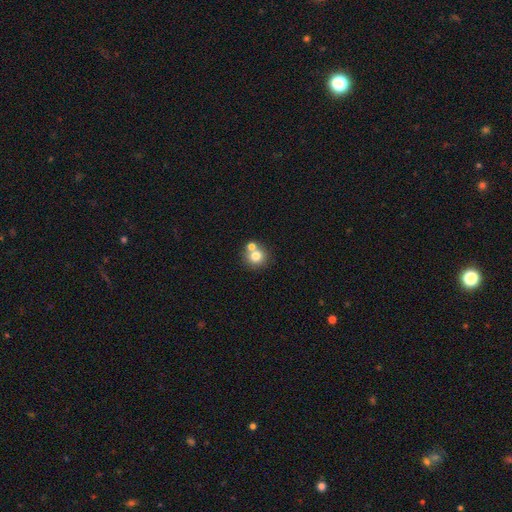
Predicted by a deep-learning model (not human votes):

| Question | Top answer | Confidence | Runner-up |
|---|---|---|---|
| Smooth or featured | smooth | 75% | featured or disk (13%) |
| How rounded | round | 89% | in between (10%) |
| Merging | none | 56% | merger (34%) |